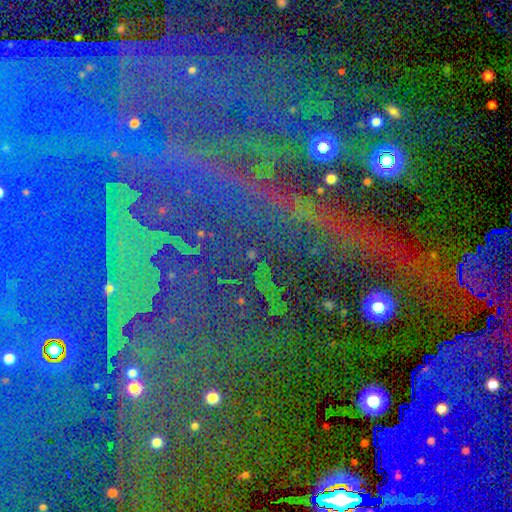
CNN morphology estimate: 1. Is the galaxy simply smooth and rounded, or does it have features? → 86% star or artifact, 8% featured or disk, 6% smooth.